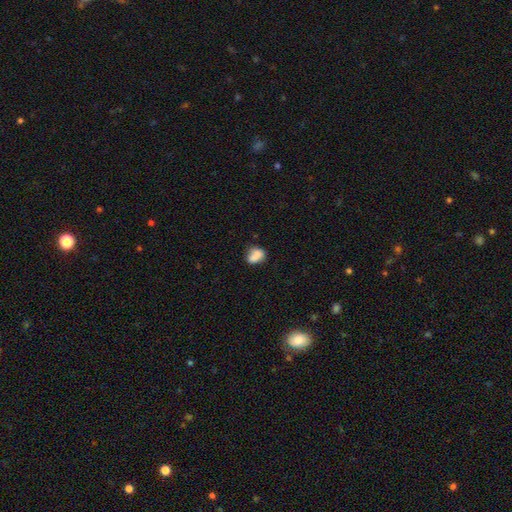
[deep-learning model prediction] A smooth galaxy with no disk features (77%) that is in between round and cigar-shaped (66%).

Vote fractions:
- Smooth or featured? smooth: 77% / featured or disk: 14% / star or artifact: 9%
- How rounded? in between: 66% / round: 32% / cigar-shaped: 2%
- Merging? none: 45% / merger: 24% / minor disturbance: 23% / major disturbance: 8%